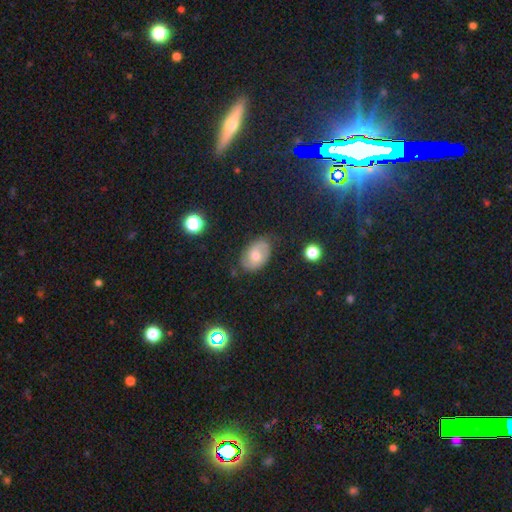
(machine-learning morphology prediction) featured or disk 51%, smooth 39%, star or artifact 10%. Down the decision tree: edge-on disk — no (96%); merging — none (76%).